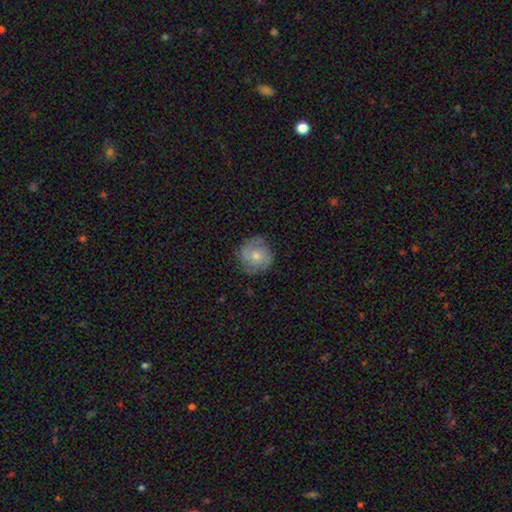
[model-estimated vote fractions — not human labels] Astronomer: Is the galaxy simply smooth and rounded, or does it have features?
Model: smooth — 54% (runner-up: featured or disk, 39%).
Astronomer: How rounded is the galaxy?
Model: round — 90%.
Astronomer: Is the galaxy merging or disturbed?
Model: none — 75%.